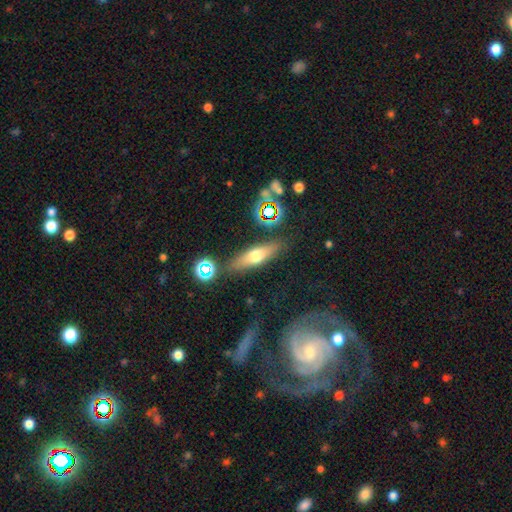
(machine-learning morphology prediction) Q: Smooth or featured?
A: smooth (54%); runner-up: featured or disk (34%)
Q: How rounded?
A: cigar-shaped (56%); runner-up: in between (39%)
Q: Merging?
A: none (82%); runner-up: minor disturbance (11%)